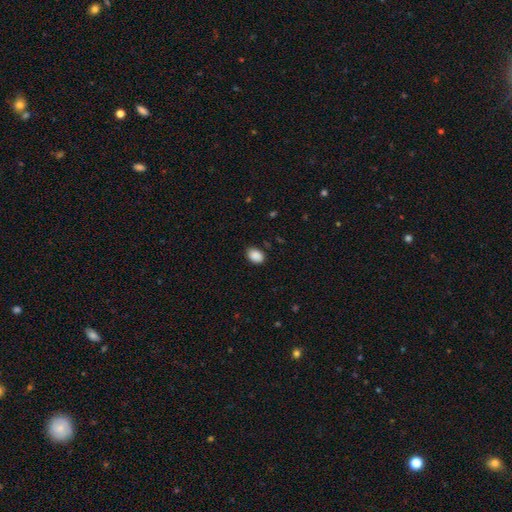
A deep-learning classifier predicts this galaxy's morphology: This is clearly a smooth galaxy (89%). How rounded: likely in between (75%). Merging: clearly none (83%).